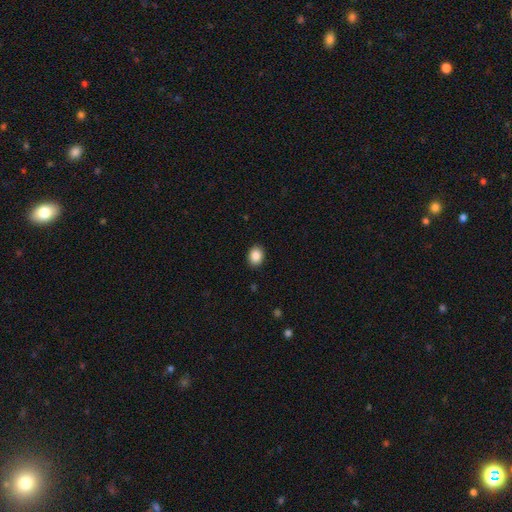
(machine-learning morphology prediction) This appears to be a smooth galaxy with no disk features (87%) that is in between round and cigar-shaped (57%). Merging: none (91%).